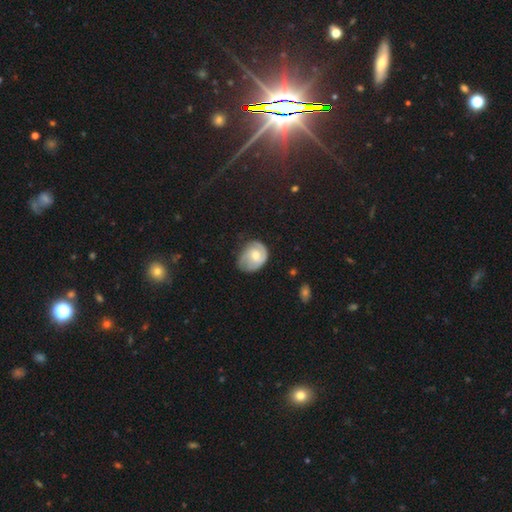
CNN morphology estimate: Q: Smooth or featured?
A: featured or disk (53%); runner-up: smooth (40%)
Q: Edge-on disk?
A: no (97%); runner-up: yes (3%)
Q: Bar?
A: no (70%); runner-up: weak (26%)
Q: Spiral arms?
A: yes (81%); runner-up: no (19%)
Q: Bulge size?
A: moderate (62%); runner-up: small (25%)
Q: Merging?
A: none (51%); runner-up: minor disturbance (33%)